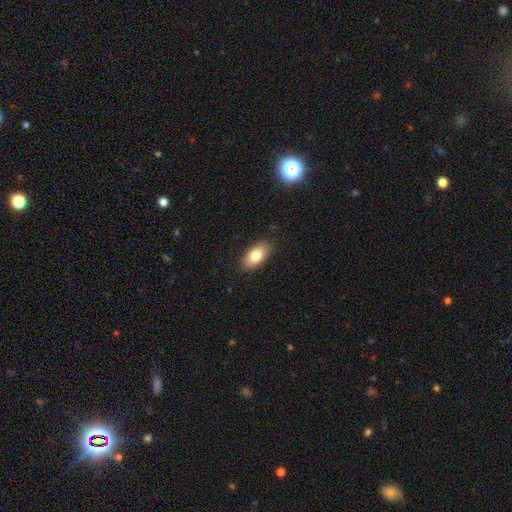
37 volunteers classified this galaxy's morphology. Smooth or featured: smooth — 78% (featured or disk — 16%)
How rounded: in between — 93% (round — 3%)
Merging: none — 94% (minor disturbance — 3%)